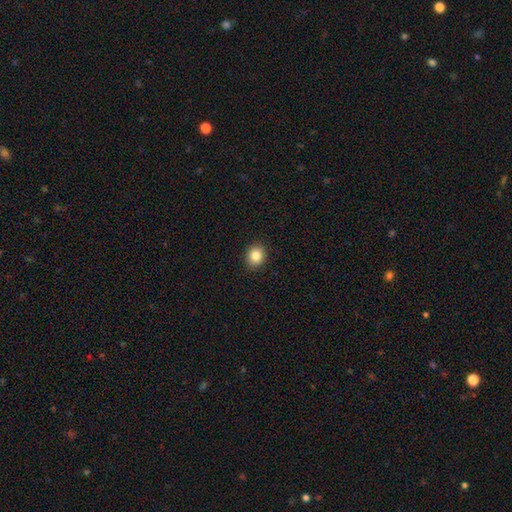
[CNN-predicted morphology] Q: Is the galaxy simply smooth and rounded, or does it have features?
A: smooth — 84%.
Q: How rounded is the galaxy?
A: round — 69%.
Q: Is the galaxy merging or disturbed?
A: none — 91%.